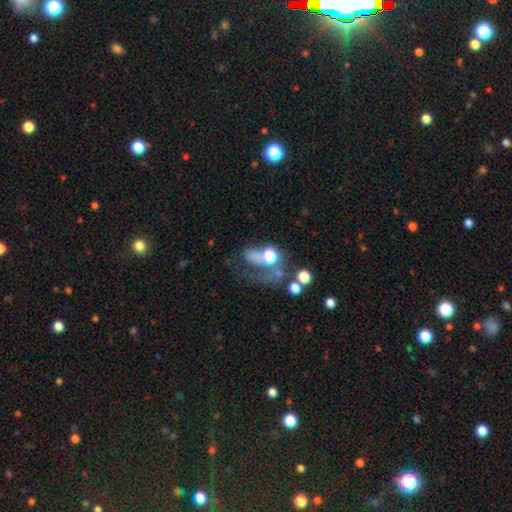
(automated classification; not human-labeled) featured or disk 54%, smooth 26%, star or artifact 20%. Down the decision tree: edge-on disk — no (94%); bar — no (73%); spiral arms — yes (58%); bulge size — moderate (46%); merging — major disturbance (35%).